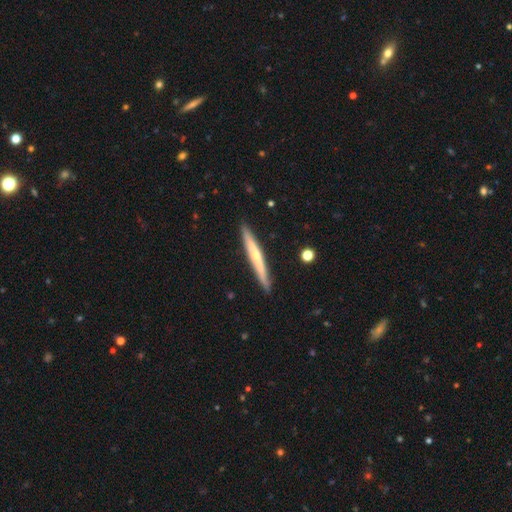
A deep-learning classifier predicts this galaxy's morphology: smooth_or_featured: featured or disk (p=0.56) [alt: smooth p=0.39]
disk_edge_on: yes (p=0.96) [alt: no p=0.04]
edge_on_bulge: rounded (p=0.55) [alt: none p=0.41]
merging: none (p=0.90) [alt: minor disturbance p=0.08]